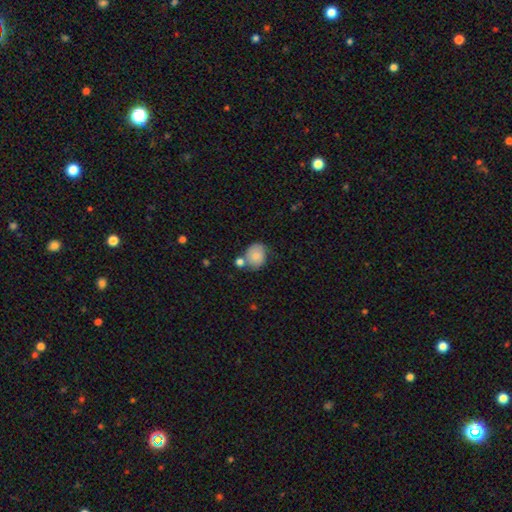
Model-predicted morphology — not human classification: smooth 75%, featured or disk 17%, star or artifact 8%. Down the decision tree: how rounded — round (66%); merging — none (46%).